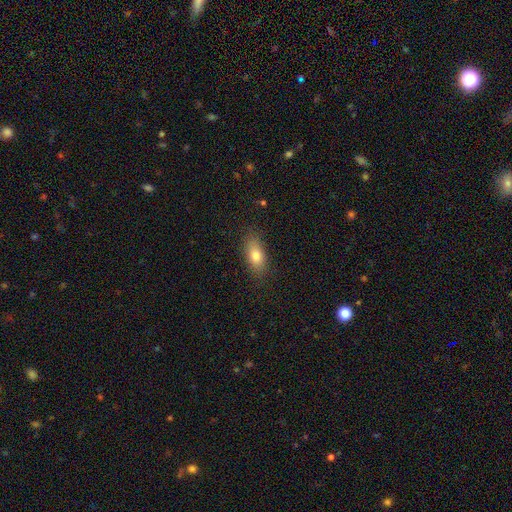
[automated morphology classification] smooth_or_featured: smooth (p=0.79) [alt: featured or disk p=0.12]
how_rounded: in between (p=0.83) [alt: cigar-shaped p=0.11]
merging: none (p=0.83) [alt: minor disturbance p=0.12]